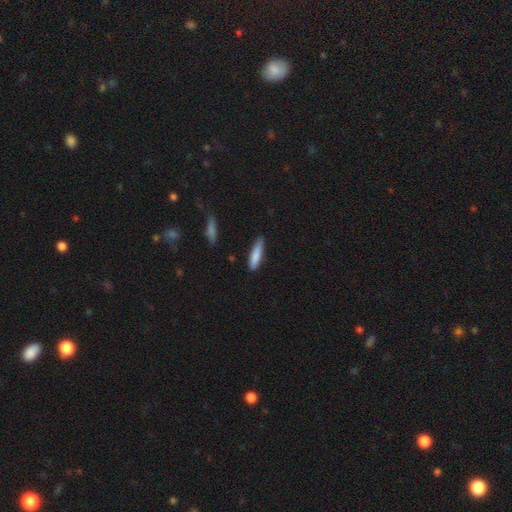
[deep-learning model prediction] smooth 83%, featured or disk 12%, star or artifact 6%. Down the decision tree: how rounded — cigar-shaped (78%); merging — none (82%).